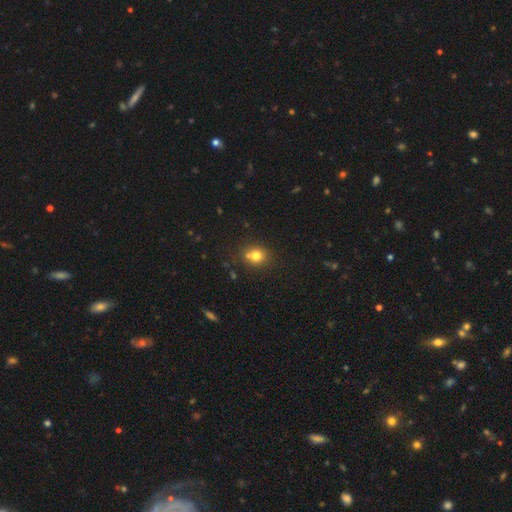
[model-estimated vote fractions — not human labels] Morphology: type=smooth (75%); roundness=round (74%); merging=none (65%).